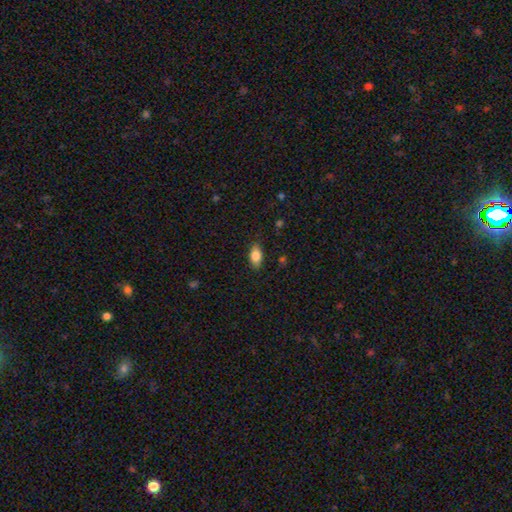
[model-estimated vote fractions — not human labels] The model was most divided on "smooth or featured": smooth: 81%, featured or disk: 12%, star or artifact: 7%. More confident: how rounded — in between (88%); merging — none (85%).